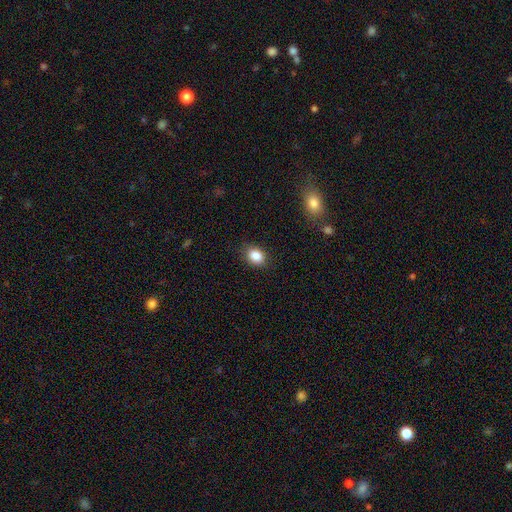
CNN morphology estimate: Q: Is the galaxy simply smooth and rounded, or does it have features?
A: smooth — 87%.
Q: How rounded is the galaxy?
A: in between — 61%.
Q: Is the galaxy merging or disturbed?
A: none — 85%.